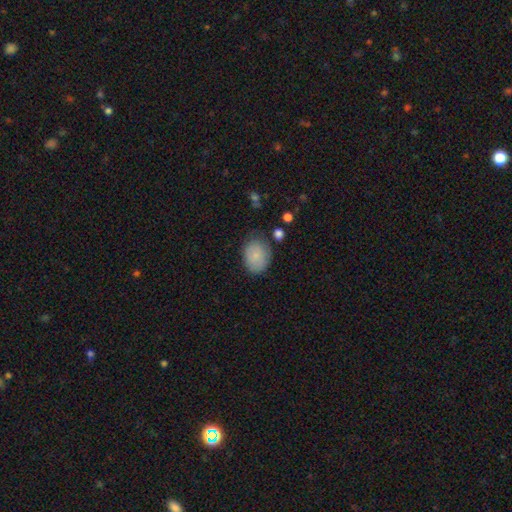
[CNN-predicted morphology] smooth_or_featured: smooth (p=0.84) [alt: featured or disk p=0.09]
how_rounded: in between (p=0.63) [alt: round p=0.36]
merging: none (p=0.70) [alt: minor disturbance p=0.21]